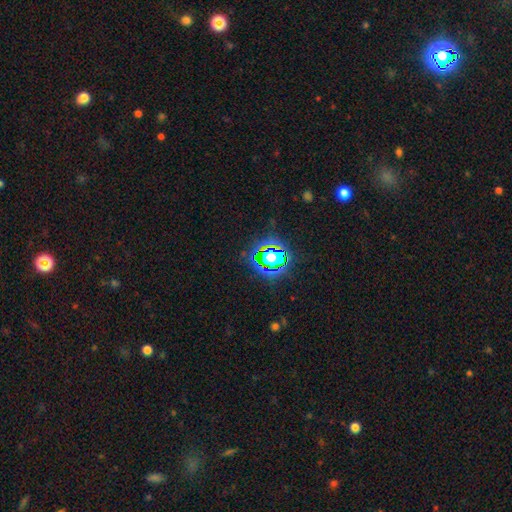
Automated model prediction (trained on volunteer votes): smooth_or_featured: star or artifact (p=0.77) [alt: smooth p=0.14]